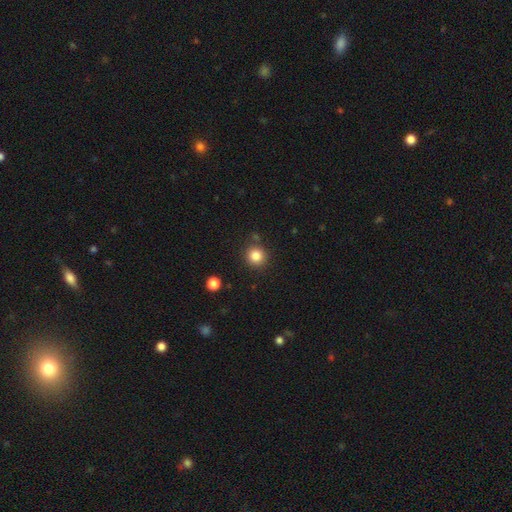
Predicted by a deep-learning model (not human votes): smooth-or-featured: smooth: 84% | star or artifact: 11% | featured or disk: 5%
  how-rounded: round: 91% | in between: 8% | cigar-shaped: 1%
  merging: none: 86% | minor disturbance: 8% | merger: 4% | major disturbance: 3%